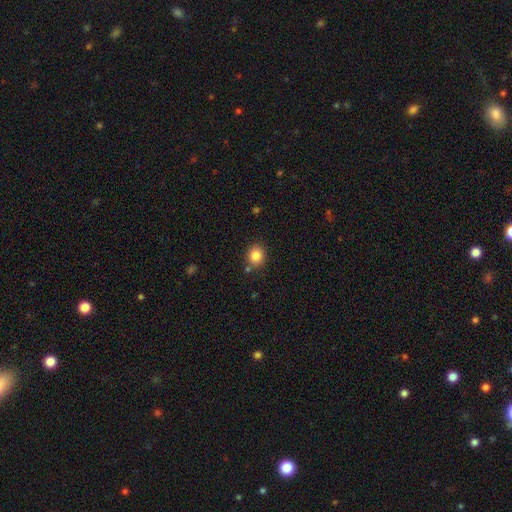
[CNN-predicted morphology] The model was most divided on "how rounded": round: 75%, in between: 24%, cigar-shaped: 1%. More confident: smooth or featured — smooth (84%); merging — none (82%).